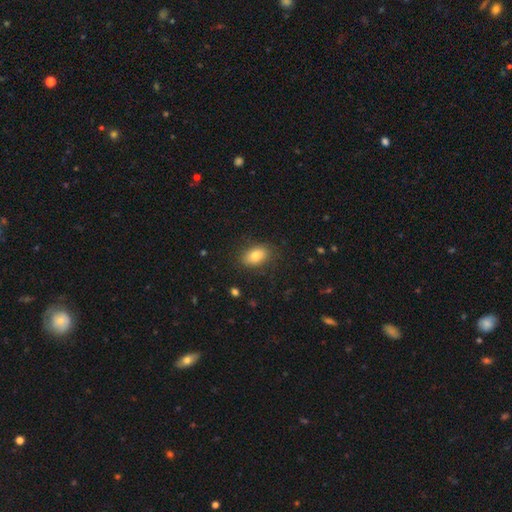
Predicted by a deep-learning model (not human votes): A smooth galaxy with no disk features (81%) that is in between round and cigar-shaped (86%).

Vote fractions:
- Smooth or featured? smooth: 81% / featured or disk: 11% / star or artifact: 8%
- How rounded? in between: 86% / round: 12% / cigar-shaped: 2%
- Merging? none: 85% / minor disturbance: 11% / major disturbance: 3% / merger: 1%